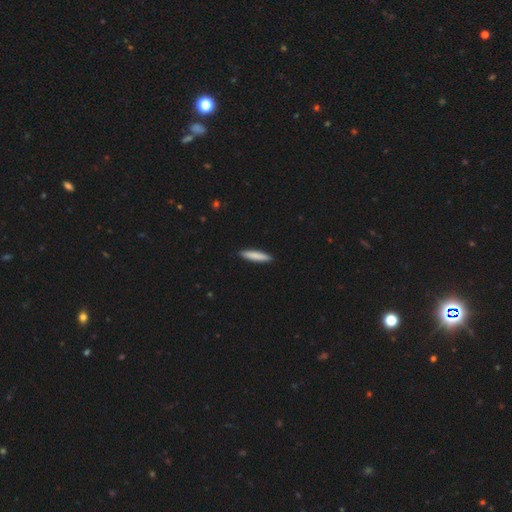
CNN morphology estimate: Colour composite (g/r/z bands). It shows a smooth galaxy with no disk features (83%) that is cigar-shaped (88%). Merging: none (91%).